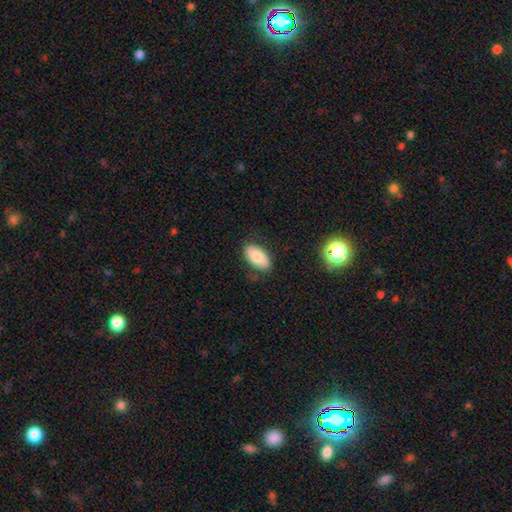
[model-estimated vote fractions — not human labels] Smooth or featured? Predicted: smooth (p=0.79). How rounded? Predicted: in between (p=0.94). Merging? Predicted: none (p=0.80).